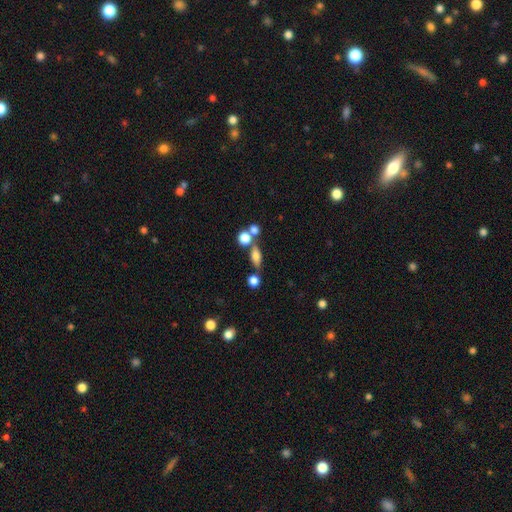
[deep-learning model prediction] Smooth or featured: smooth — 70% (featured or disk — 18%)
How rounded: in between — 65% (round — 20%)
Merging: none — 58% (merger — 24%)